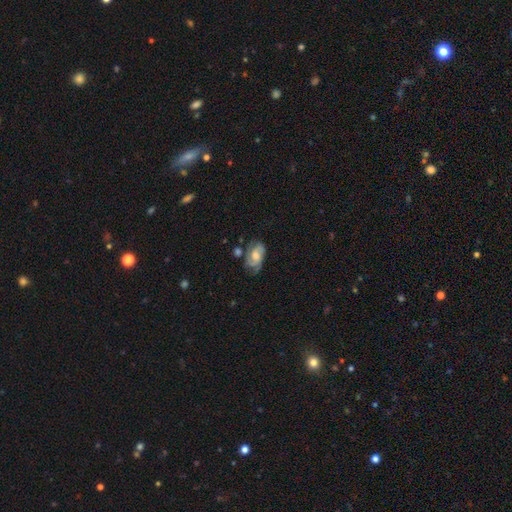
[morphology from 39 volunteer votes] A featured or disk galaxy (69%) with a weak bar (48%), 3 (46%) medium (62%) spiral arms (89%) and a moderate central bulge (52%).

Vote fractions:
- Smooth or featured? featured or disk: 69% / smooth: 21% / star or artifact: 10%
- Edge-on disk? no: 100% / yes: 0%
- Bar? weak: 48% / no: 44% / strong: 7%
- Spiral arms? yes: 89% / no: 11%
- Spiral winding? medium: 62% / tight: 25% / loose: 12%
- Spiral arm count? 3: 46% / can't tell: 38% / 2: 17% / 1: 0% / 4: 0% / more than 4: 0%
- Bulge size? moderate: 52% / large: 26% / none: 15% / small: 7% / dominant: 0%
- Merging? none: 54% / minor disturbance: 31% / major disturbance: 14% / merger: 0%